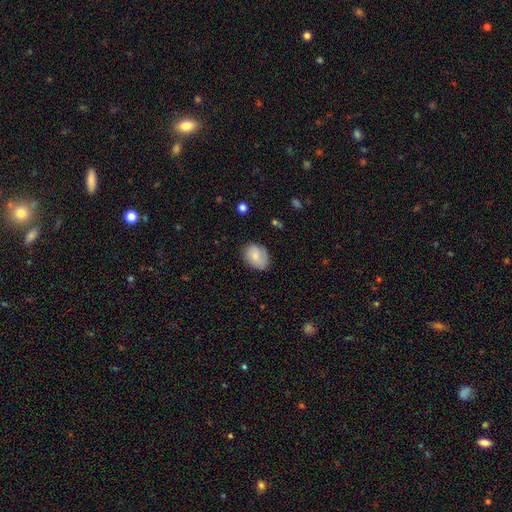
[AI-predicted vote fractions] Smooth or featured?
  - smooth: 74% *
  - featured or disk: 19%
  - star or artifact: 7%
How rounded?
  - in between: 70% *
  - round: 29%
  - cigar-shaped: 1%
Merging?
  - none: 73% *
  - minor disturbance: 20%
  - major disturbance: 5%
  - merger: 1%